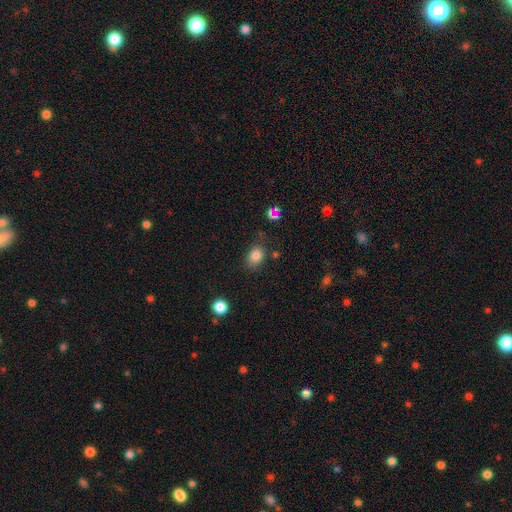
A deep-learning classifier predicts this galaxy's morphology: The model was most divided on "how rounded": in between: 66%, round: 33%, cigar-shaped: 1%. More confident: smooth or featured — smooth (83%); merging — none (75%).